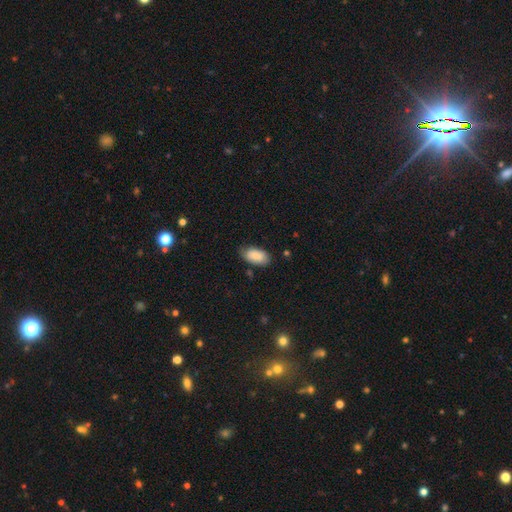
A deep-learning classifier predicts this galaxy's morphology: Smooth or featured: smooth — 88% (star or artifact — 6%)
How rounded: in between — 94% (round — 3%)
Merging: none — 73% (minor disturbance — 21%)